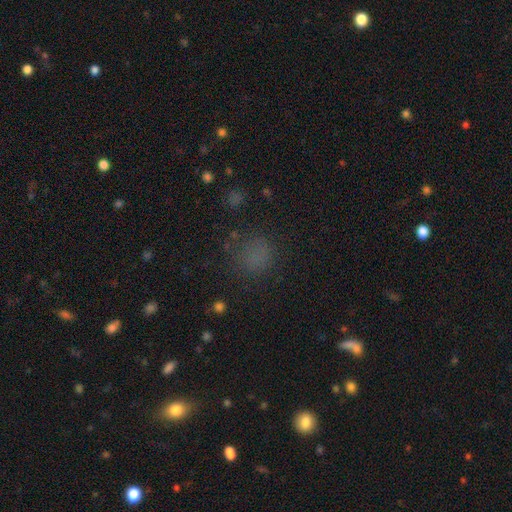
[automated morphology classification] A smooth galaxy with no disk features (67%) that is round (81%).

Vote fractions:
- Smooth or featured? smooth: 67% / star or artifact: 25% / featured or disk: 8%
- How rounded? round: 81% / in between: 17% / cigar-shaped: 1%
- Merging? none: 73% / minor disturbance: 15% / major disturbance: 10% / merger: 2%